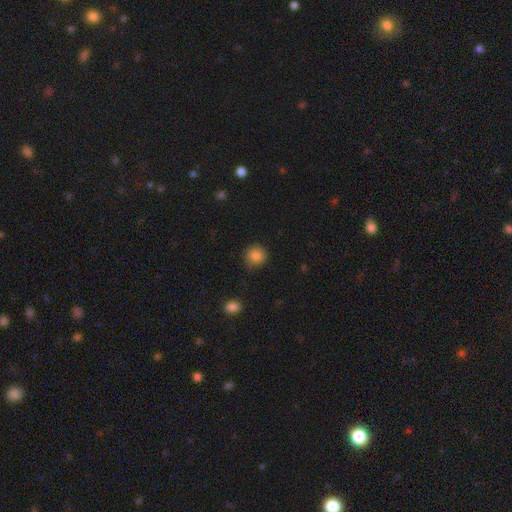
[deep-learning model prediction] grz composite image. It shows a smooth galaxy with no disk features (84%) that is round (93%). Merging: none (85%).